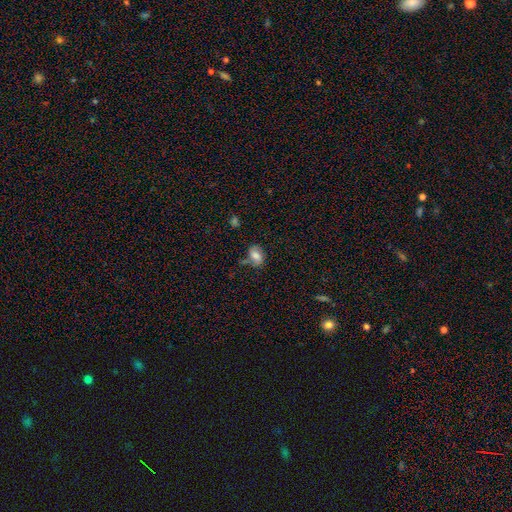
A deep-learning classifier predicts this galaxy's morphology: A smooth galaxy with no disk features (67%) that is in between round and cigar-shaped (81%).

Vote fractions:
- Smooth or featured? smooth: 67% / featured or disk: 22% / star or artifact: 10%
- How rounded? in between: 81% / round: 17% / cigar-shaped: 2%
- Merging? none: 50% / minor disturbance: 28% / major disturbance: 13% / merger: 9%